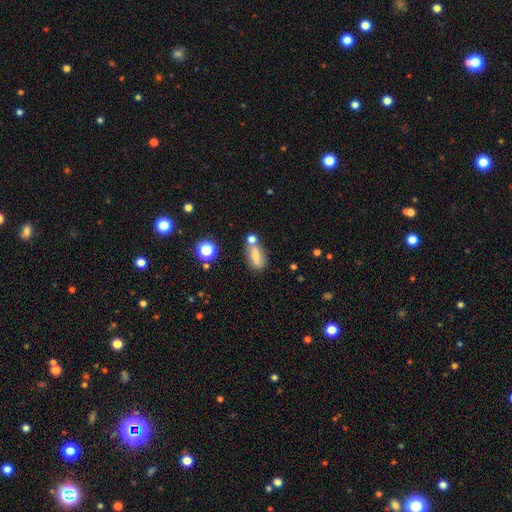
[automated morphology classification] This is likely a smooth galaxy (64%). How rounded: likely in between (70%). Merging: possibly none (53%).